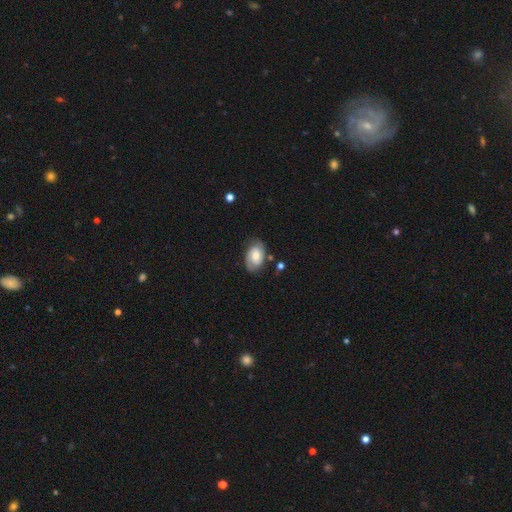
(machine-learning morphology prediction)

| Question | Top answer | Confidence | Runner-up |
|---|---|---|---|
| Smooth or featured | featured or disk | 62% | smooth (31%) |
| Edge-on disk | no | 96% | yes (4%) |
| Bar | no | 51% | weak (39%) |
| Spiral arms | yes | 89% | no (11%) |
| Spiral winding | tight | 47% | medium (40%) |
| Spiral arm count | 2 | 83% | can't tell (10%) |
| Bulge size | moderate | 56% | small (24%) |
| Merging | none | 77% | minor disturbance (16%) |